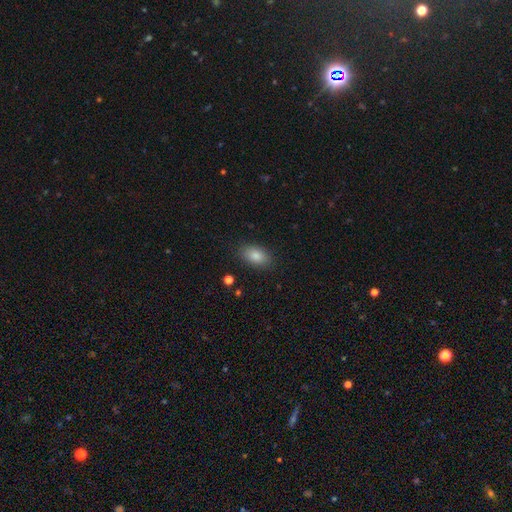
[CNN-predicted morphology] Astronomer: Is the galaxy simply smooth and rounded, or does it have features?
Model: smooth — 85%.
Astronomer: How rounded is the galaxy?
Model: in between — 90%.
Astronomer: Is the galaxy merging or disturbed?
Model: none — 85%.